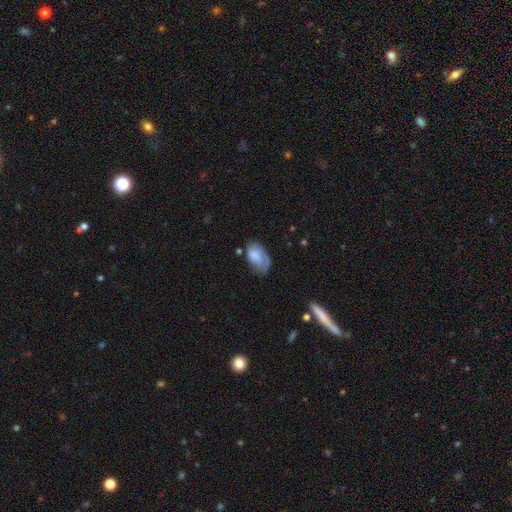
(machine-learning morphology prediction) Q: Smooth or featured?
A: smooth (73%); runner-up: featured or disk (20%)
Q: How rounded?
A: in between (92%); runner-up: round (7%)
Q: Merging?
A: none (47%); runner-up: minor disturbance (32%)